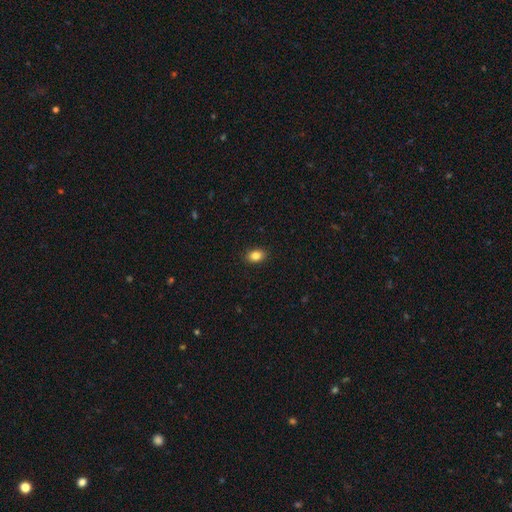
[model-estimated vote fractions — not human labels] A smooth galaxy with no disk features (86%) that is in between round and cigar-shaped (81%). Merging: none (90%).